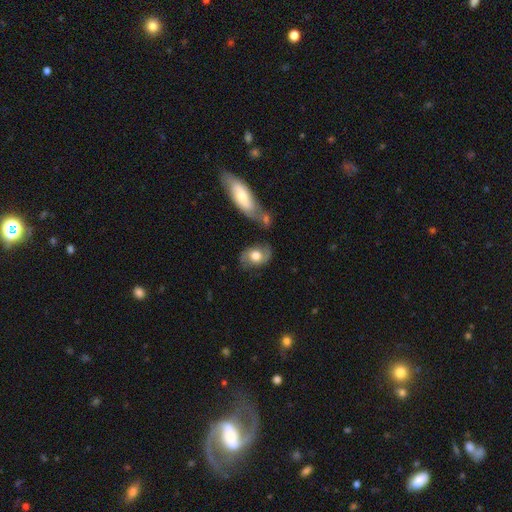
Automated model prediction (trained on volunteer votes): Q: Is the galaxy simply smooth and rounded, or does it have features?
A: featured or disk — 59%.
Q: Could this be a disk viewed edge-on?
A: no — 94%.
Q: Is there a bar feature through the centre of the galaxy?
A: no — 70%.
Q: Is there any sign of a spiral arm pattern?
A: yes — 82%.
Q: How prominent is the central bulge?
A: moderate — 51%.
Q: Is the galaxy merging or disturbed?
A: none — 63%.